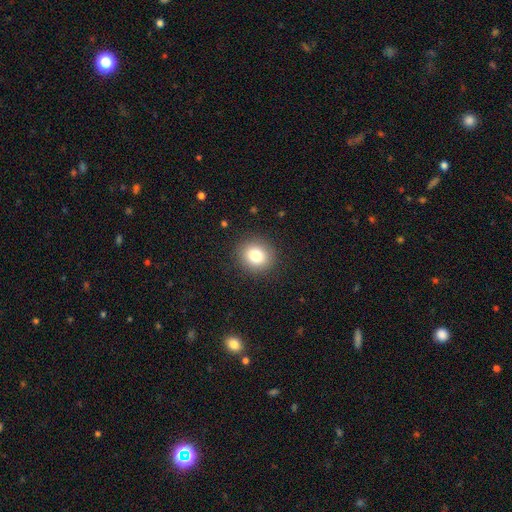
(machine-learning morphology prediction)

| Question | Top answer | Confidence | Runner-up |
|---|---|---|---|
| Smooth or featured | smooth | 80% | star or artifact (11%) |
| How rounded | round | 80% | in between (19%) |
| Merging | none | 89% | minor disturbance (7%) |